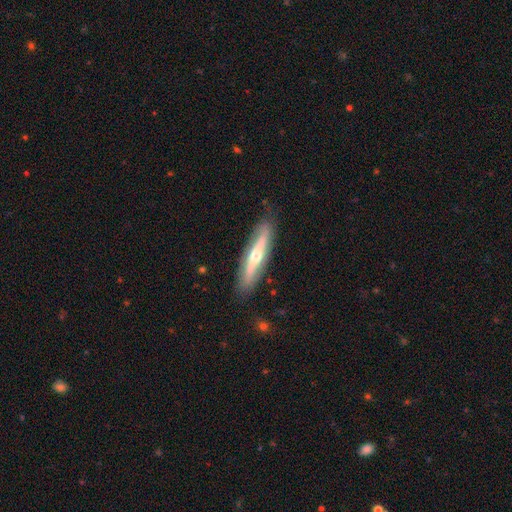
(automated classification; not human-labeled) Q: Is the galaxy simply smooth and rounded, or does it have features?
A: featured or disk — 63%.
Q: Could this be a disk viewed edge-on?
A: yes — 76%.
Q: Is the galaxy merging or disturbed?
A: none — 83%.